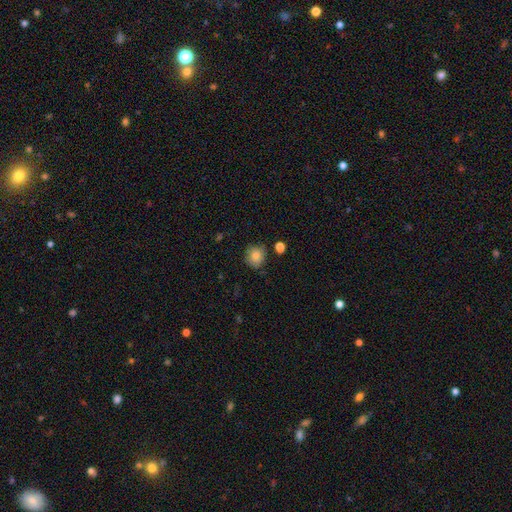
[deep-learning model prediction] smooth 80%, featured or disk 10%, star or artifact 10%. Down the decision tree: how rounded — round (87%); merging — none (76%).